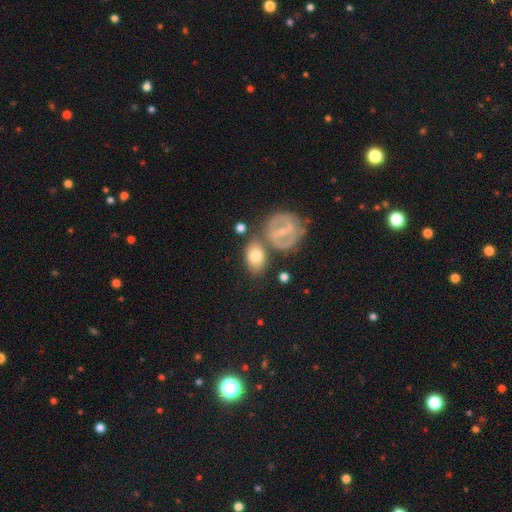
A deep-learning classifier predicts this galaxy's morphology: Smooth or featured: smooth — 68% (featured or disk — 26%)
How rounded: in between — 74% (round — 24%)
Merging: none — 56% (merger — 22%)